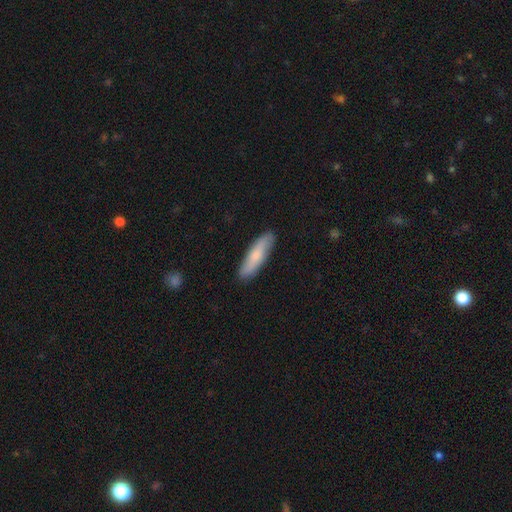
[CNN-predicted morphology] smooth 74%, featured or disk 21%, star or artifact 5%. Down the decision tree: how rounded — cigar-shaped (74%); merging — none (88%).